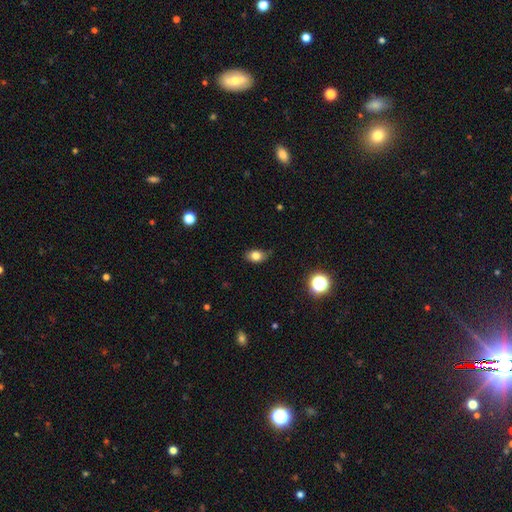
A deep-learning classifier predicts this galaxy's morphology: This is clearly a smooth galaxy (80%). How rounded: likely in between (79%). Merging: likely none (77%).